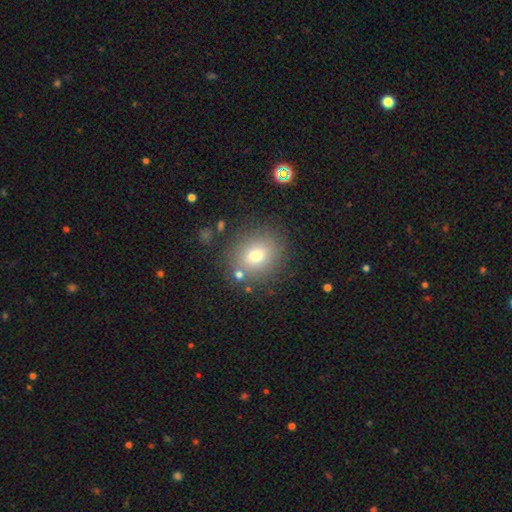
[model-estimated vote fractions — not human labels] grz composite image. It shows a smooth galaxy with no disk features (75%) that is round (67%). Merging: none (81%).